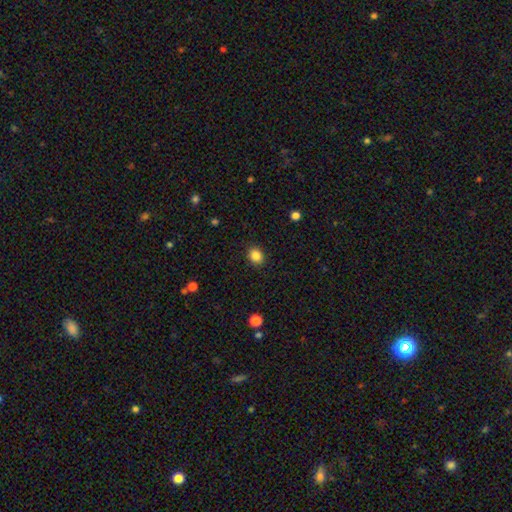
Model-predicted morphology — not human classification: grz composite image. It shows a smooth galaxy with no disk features (86%) that is round (62%). Merging: none (89%).